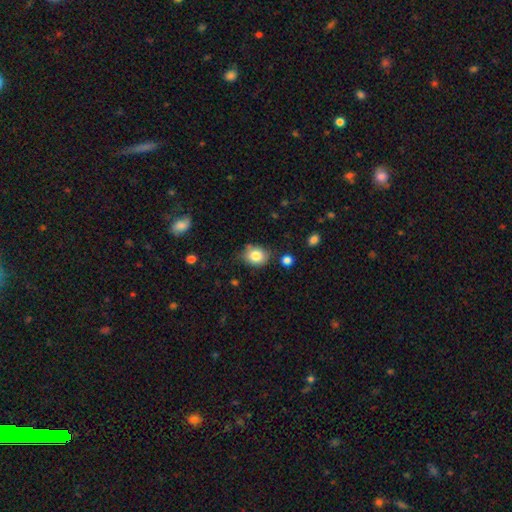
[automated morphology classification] smooth-or-featured: smooth: 83% | star or artifact: 9% | featured or disk: 8%
  how-rounded: round: 55% | in between: 44% | cigar-shaped: 1%
  merging: none: 76% | minor disturbance: 16% | merger: 5% | major disturbance: 3%